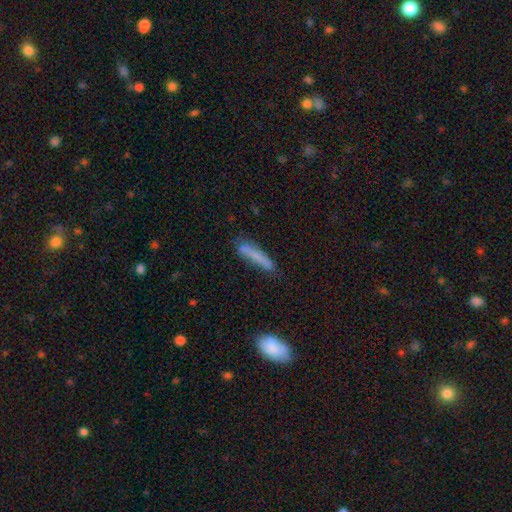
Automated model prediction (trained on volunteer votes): This appears to be a smooth galaxy with no disk features (73%) that is cigar-shaped (90%). Merging: none (67%).